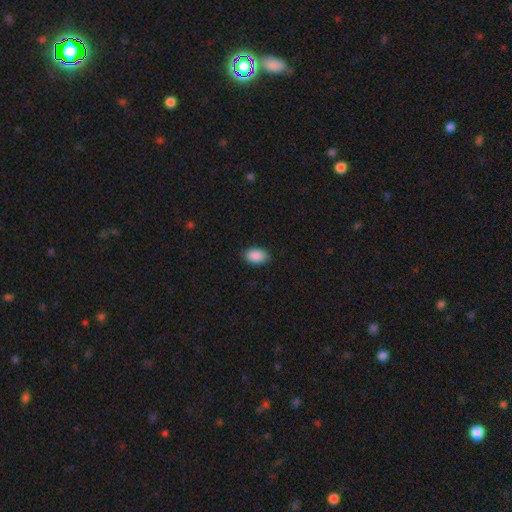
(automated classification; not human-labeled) Smooth or featured?
  - smooth: 90% *
  - star or artifact: 7%
  - featured or disk: 3%
How rounded?
  - in between: 92% *
  - round: 7%
  - cigar-shaped: 1%
Merging?
  - none: 88% *
  - minor disturbance: 9%
  - major disturbance: 2%
  - merger: 1%